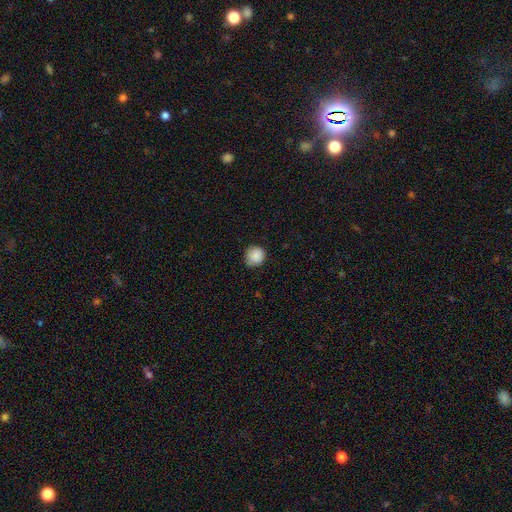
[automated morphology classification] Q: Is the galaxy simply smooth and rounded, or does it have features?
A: smooth — 88%.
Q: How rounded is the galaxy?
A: round — 91%.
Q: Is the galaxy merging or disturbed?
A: none — 76%.